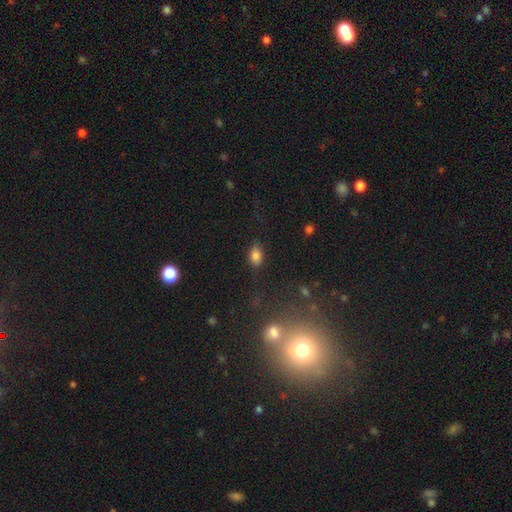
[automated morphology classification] This appears to be a smooth galaxy with no disk features (81%) that is in between round and cigar-shaped (87%). Merging: none (79%).